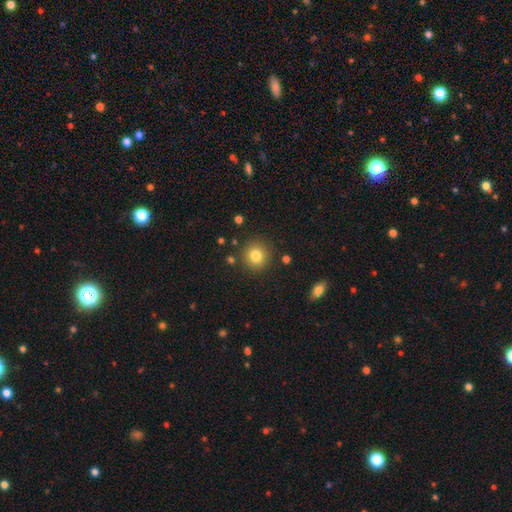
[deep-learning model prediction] A smooth galaxy with no disk features (82%) that is round (92%).

Vote fractions:
- Smooth or featured? smooth: 82% / star or artifact: 11% / featured or disk: 7%
- How rounded? round: 92% / in between: 8% / cigar-shaped: 1%
- Merging? none: 88% / minor disturbance: 7% / major disturbance: 3% / merger: 3%